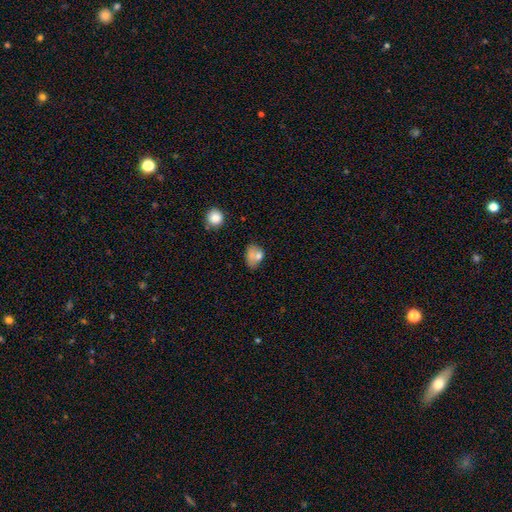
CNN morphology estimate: This appears to be a smooth galaxy with no disk features (69%) that is in between round and cigar-shaped (65%). Merging: none (37%).